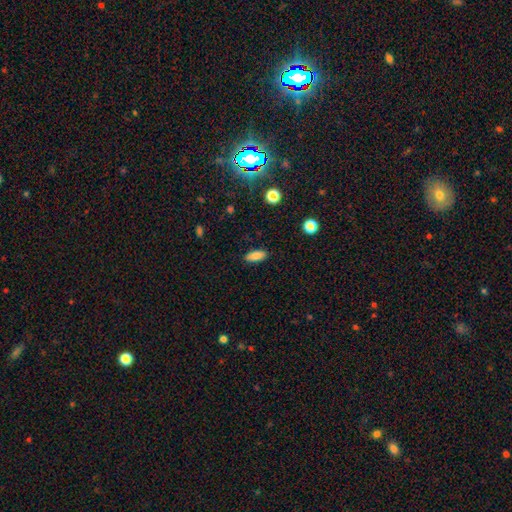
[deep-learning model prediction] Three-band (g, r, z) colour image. It shows a smooth galaxy with no disk features (84%) that is in between round and cigar-shaped (81%). Merging: none (88%).